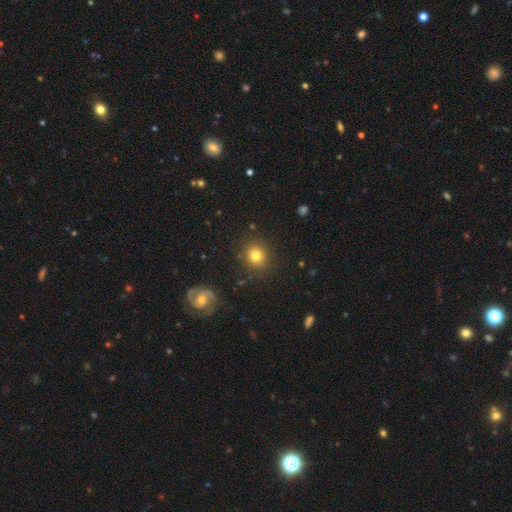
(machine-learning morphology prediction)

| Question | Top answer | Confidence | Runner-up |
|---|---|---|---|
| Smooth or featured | smooth | 77% | star or artifact (13%) |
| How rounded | round | 85% | in between (14%) |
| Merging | none | 86% | minor disturbance (9%) |